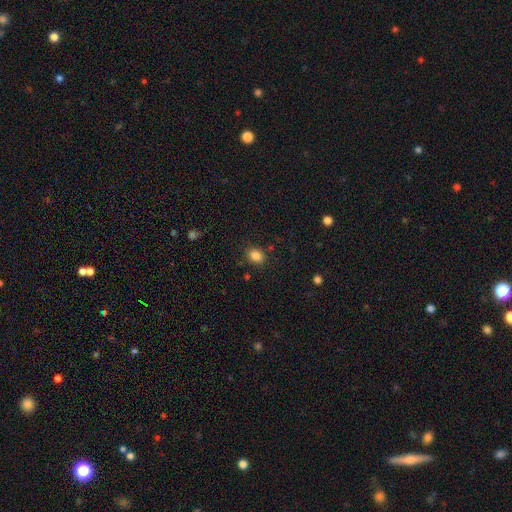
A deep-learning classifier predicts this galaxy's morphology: smooth 85%, star or artifact 11%, featured or disk 4%. Down the decision tree: how rounded — in between (57%); merging — none (84%).